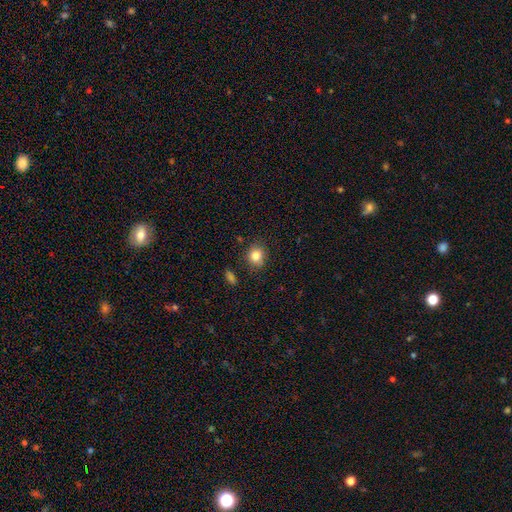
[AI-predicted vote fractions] Smooth or featured? smooth (83%)
How rounded? round (70%)
Merging? none (83%)